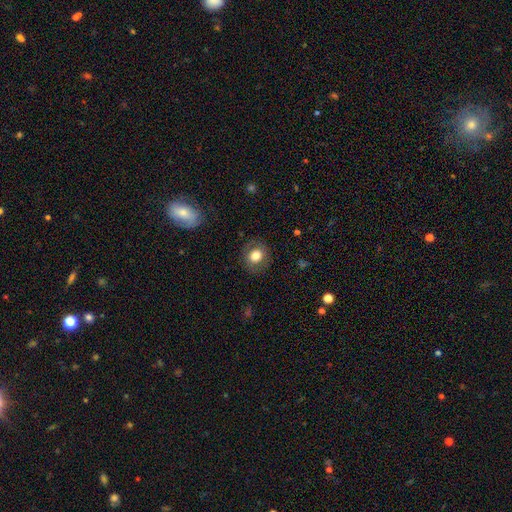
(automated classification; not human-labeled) Smooth or featured? Predicted: smooth (p=0.76). How rounded? Predicted: round (p=0.72). Merging? Predicted: none (p=0.85).